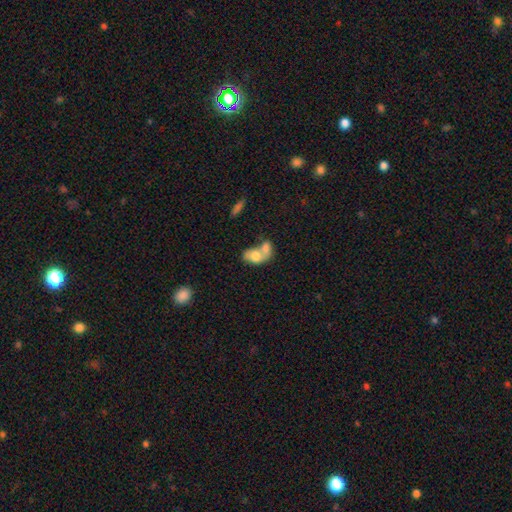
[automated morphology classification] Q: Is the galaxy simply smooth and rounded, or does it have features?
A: smooth — 67%.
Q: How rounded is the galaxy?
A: in between — 82%.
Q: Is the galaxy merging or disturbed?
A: merger — 69%.